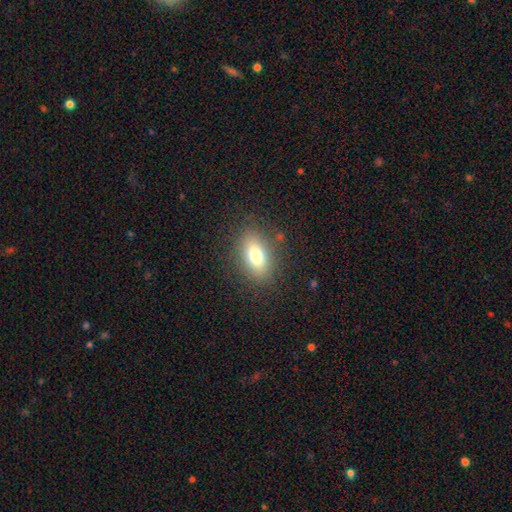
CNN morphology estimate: This appears to be a smooth galaxy with no disk features (75%) that is in between round and cigar-shaped (85%). Merging: none (84%).